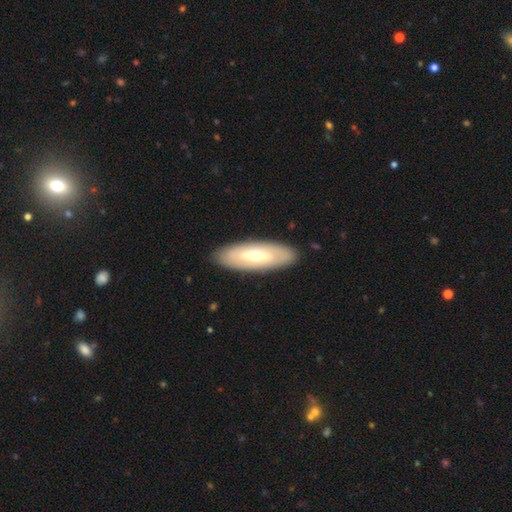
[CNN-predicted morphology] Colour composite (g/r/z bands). It shows a featured or disk galaxy (56%). Merging: none (87%).